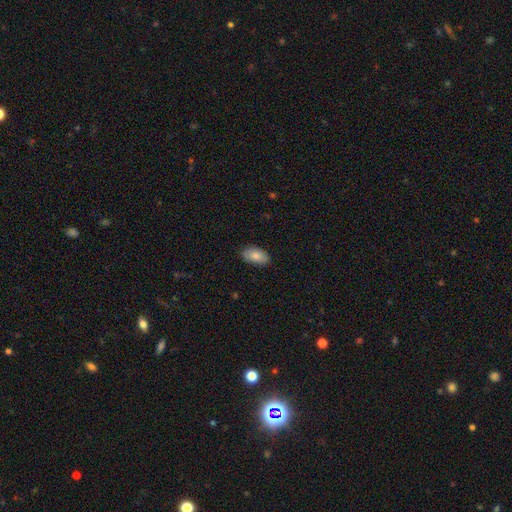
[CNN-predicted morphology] Overall: smooth (82%). How rounded: in between (93%). Merging: none (83%).